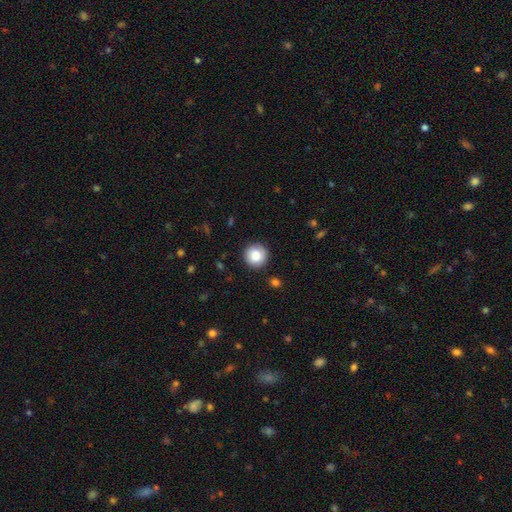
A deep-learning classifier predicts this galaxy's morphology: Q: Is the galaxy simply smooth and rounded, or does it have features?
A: smooth — 83%.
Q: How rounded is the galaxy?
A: round — 95%.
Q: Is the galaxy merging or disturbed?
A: none — 91%.